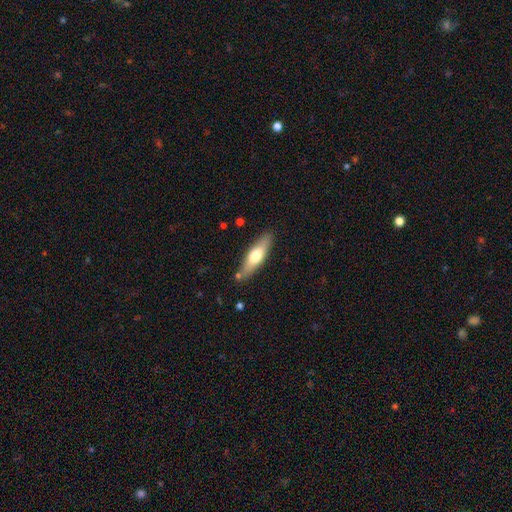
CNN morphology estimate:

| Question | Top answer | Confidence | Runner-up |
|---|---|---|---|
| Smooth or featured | smooth | 56% | featured or disk (38%) |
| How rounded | cigar-shaped | 62% | in between (36%) |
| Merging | none | 84% | minor disturbance (11%) |